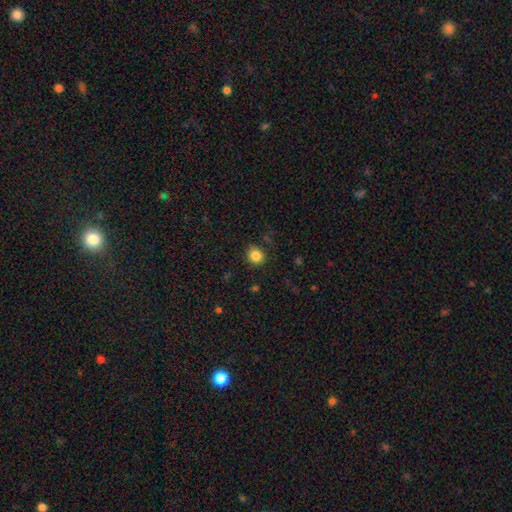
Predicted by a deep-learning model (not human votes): This appears to be a smooth galaxy with no disk features (84%) that is round (84%). Merging: none (84%).